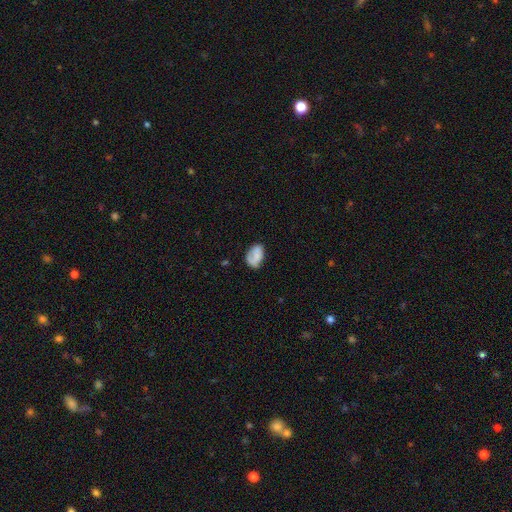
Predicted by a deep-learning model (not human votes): Morphology: type=smooth (71%); roundness=in between (83%); merging=none (56%).